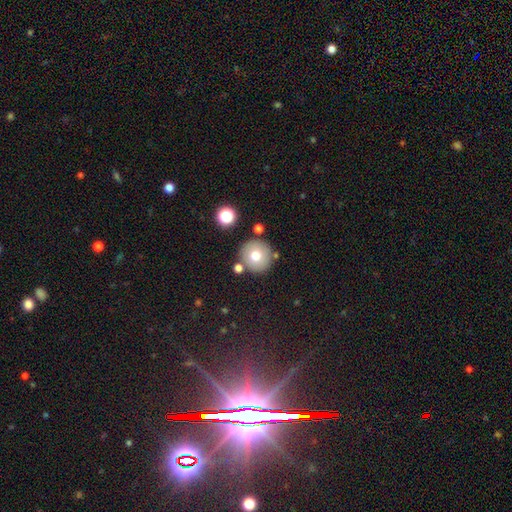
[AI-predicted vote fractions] This appears to be a smooth galaxy with no disk features (71%) that is round (94%). Merging: none (81%).